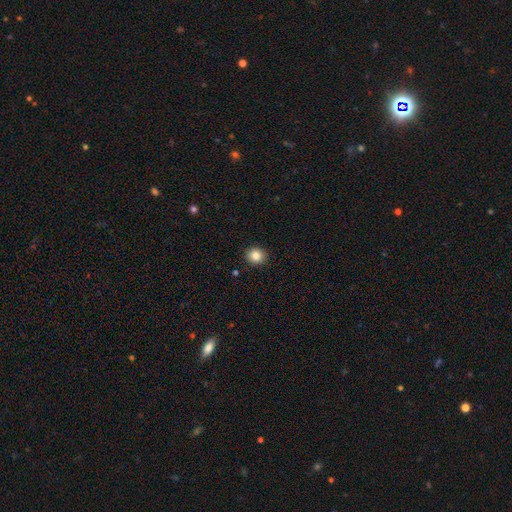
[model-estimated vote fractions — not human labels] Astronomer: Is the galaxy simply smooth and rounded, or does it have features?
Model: smooth — 84%.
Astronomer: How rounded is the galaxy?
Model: round — 85%.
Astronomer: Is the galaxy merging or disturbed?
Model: none — 92%.